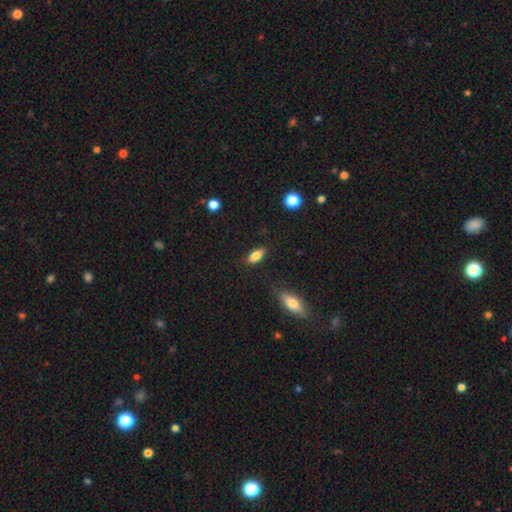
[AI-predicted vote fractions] This appears to be a smooth galaxy with no disk features (82%) that is in between round and cigar-shaped (83%). Merging: none (85%).